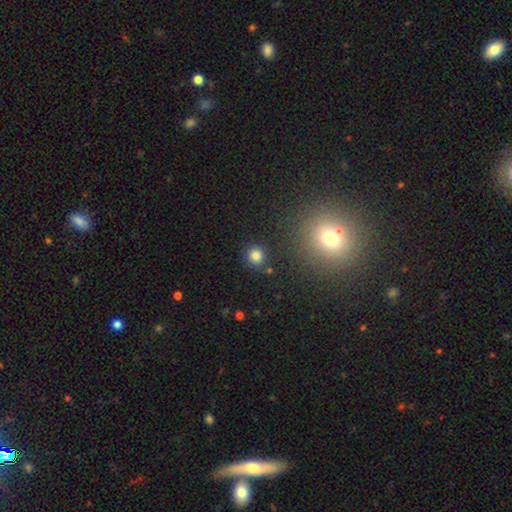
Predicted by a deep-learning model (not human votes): smooth 81%, star or artifact 14%, featured or disk 5%. Down the decision tree: how rounded — round (87%); merging — none (85%).